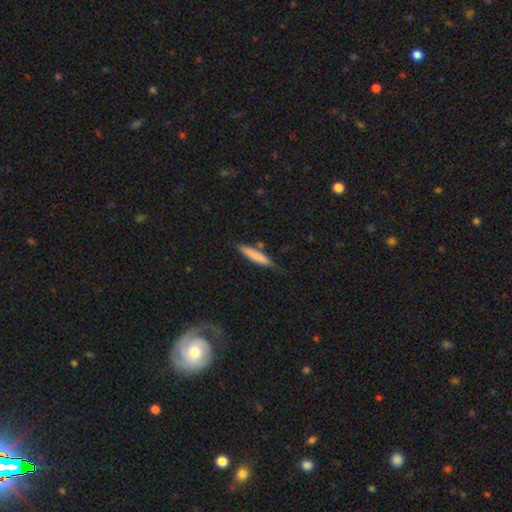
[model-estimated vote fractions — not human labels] Overall: smooth (76%). How rounded: cigar-shaped (87%). Merging: none (70%).